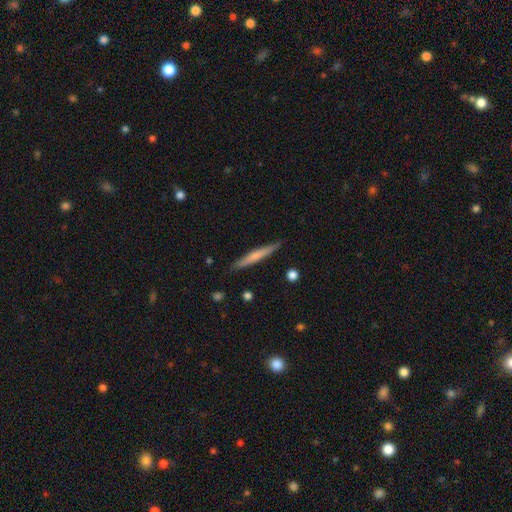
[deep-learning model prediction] This appears to be a smooth galaxy with no disk features (59%) that is cigar-shaped (95%). Merging: none (89%).